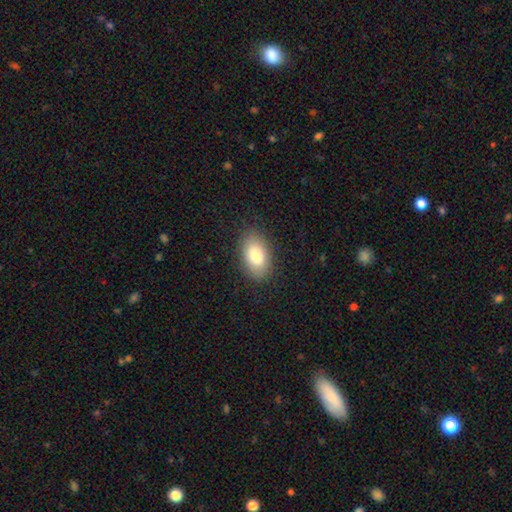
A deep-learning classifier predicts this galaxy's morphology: Smooth or featured: smooth — 81% (featured or disk — 12%)
How rounded: in between — 92% (round — 6%)
Merging: none — 85% (minor disturbance — 11%)